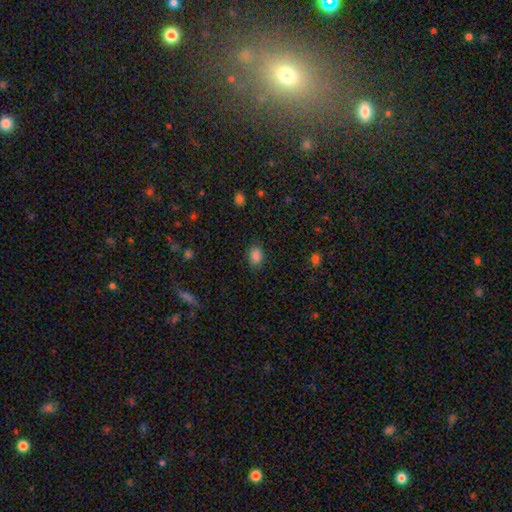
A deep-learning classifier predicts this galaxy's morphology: A smooth galaxy with no disk features (86%) that is in between round and cigar-shaped (69%). Merging: none (86%).